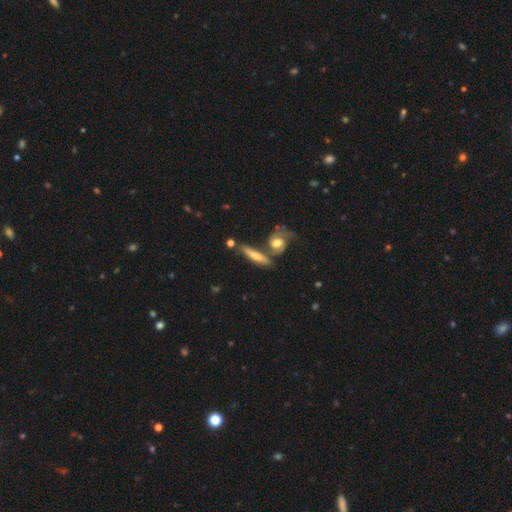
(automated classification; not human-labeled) A smooth galaxy with no disk features (55%) that is cigar-shaped (74%).

Vote fractions:
- Smooth or featured? smooth: 55% / featured or disk: 38% / star or artifact: 7%
- How rounded? cigar-shaped: 74% / in between: 21% / round: 5%
- Merging? none: 54% / merger: 24% / minor disturbance: 16% / major disturbance: 6%